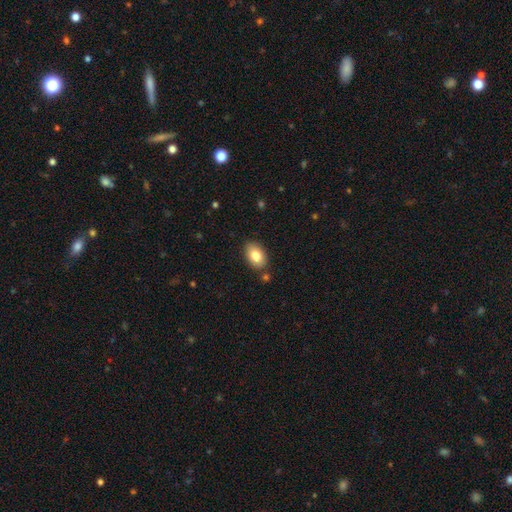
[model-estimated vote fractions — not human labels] This appears to be a smooth galaxy with no disk features (82%) that is in between round and cigar-shaped (88%). Merging: none (83%).